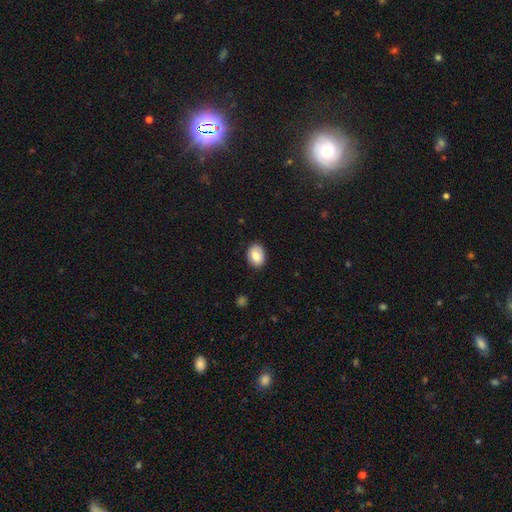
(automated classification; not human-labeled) This is clearly a smooth galaxy (84%). How rounded: likely in between (71%). Merging: clearly none (86%).